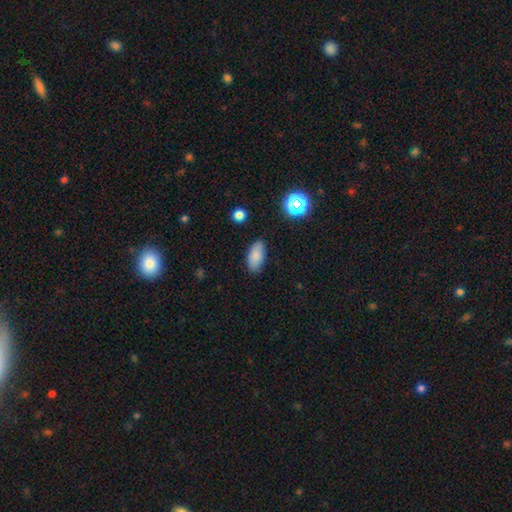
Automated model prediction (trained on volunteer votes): The model was most divided on "merging": none: 84%, minor disturbance: 12%, major disturbance: 3%, merger: 1%. More confident: how rounded — in between (92%); smooth or featured — smooth (85%).